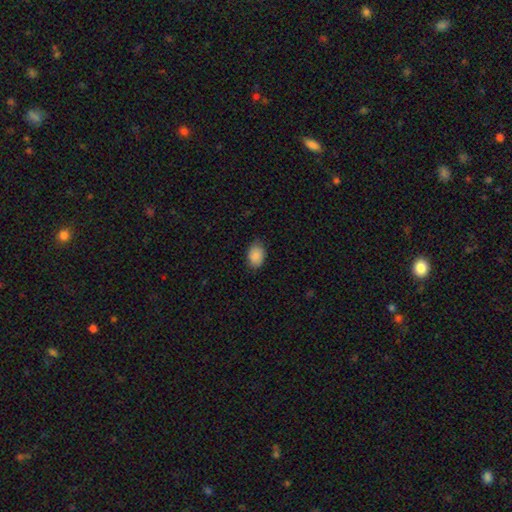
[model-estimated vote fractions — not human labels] Smooth or featured? smooth (89%)
How rounded? in between (80%)
Merging? none (78%)